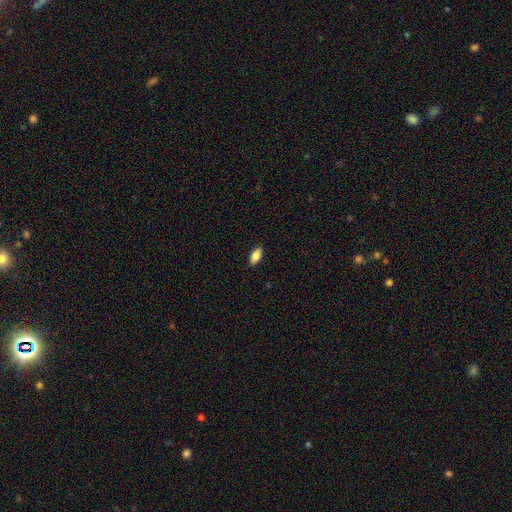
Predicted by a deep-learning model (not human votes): smooth 84%, featured or disk 9%, star or artifact 7%. Down the decision tree: how rounded — in between (88%); merging — none (89%).